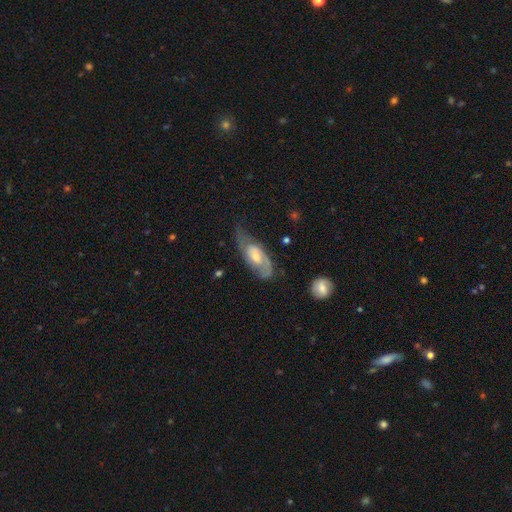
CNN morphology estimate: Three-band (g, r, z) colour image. It shows a featured or disk galaxy (70%) with no bar (58%), 2 (66%) medium (45%) spiral arms (88%) and a moderate central bulge (54%). Merging: none (50%).